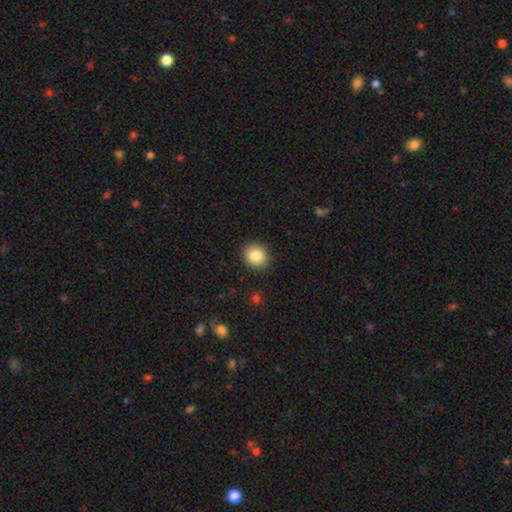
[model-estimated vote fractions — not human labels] Overall: smooth (84%). How rounded: round (77%). Merging: none (89%).